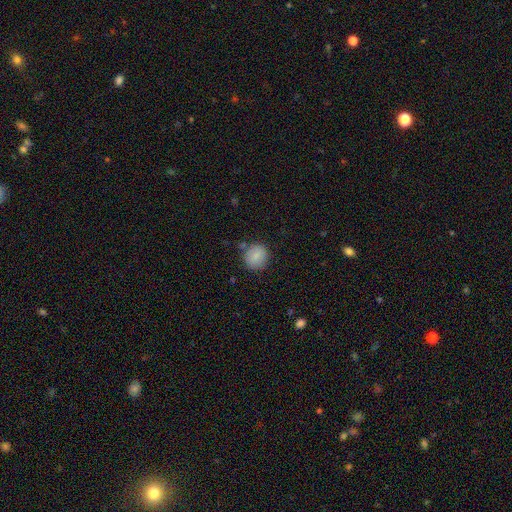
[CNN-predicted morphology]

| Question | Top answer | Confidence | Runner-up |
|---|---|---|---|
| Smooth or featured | smooth | 86% | star or artifact (8%) |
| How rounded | round | 85% | in between (14%) |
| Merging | none | 80% | minor disturbance (12%) |